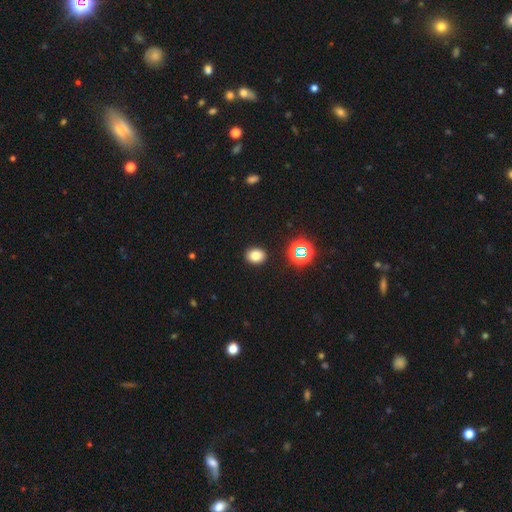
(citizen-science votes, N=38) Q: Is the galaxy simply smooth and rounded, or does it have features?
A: smooth — 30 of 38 (79%).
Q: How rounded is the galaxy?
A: in between — 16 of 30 (53%).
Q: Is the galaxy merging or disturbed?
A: none — 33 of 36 (92%).